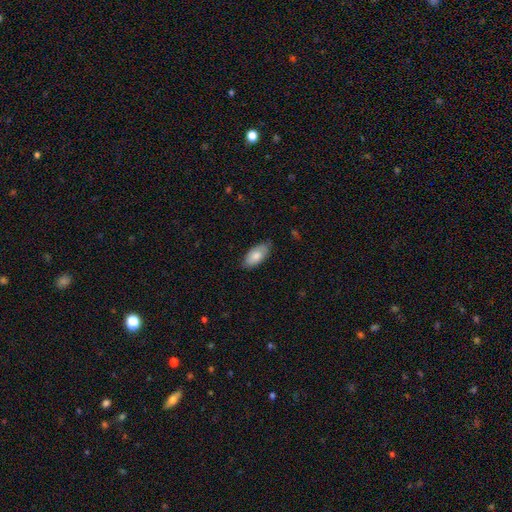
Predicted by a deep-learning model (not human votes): Q: Smooth or featured?
A: smooth (76%); runner-up: featured or disk (18%)
Q: How rounded?
A: in between (93%); runner-up: cigar-shaped (5%)
Q: Merging?
A: none (75%); runner-up: minor disturbance (20%)